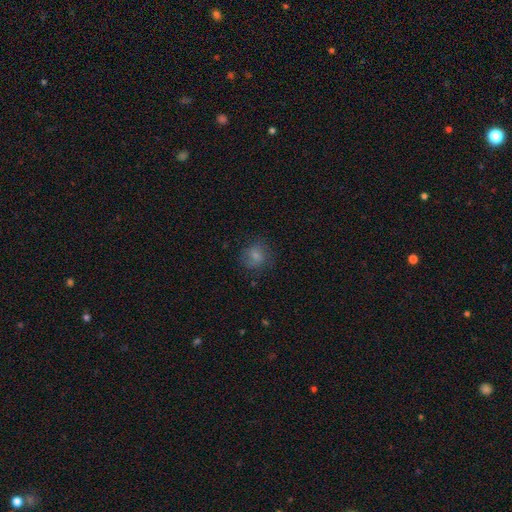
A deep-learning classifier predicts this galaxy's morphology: This is likely a smooth galaxy (76%). How rounded: likely round (77%). Merging: likely none (73%).